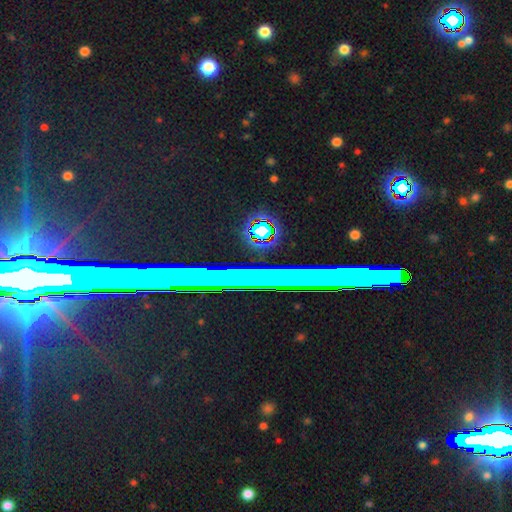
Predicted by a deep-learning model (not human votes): A star or artifact, not a galaxy (74%).

Vote fractions:
- Smooth or featured? star or artifact: 74% / featured or disk: 16% / smooth: 10%